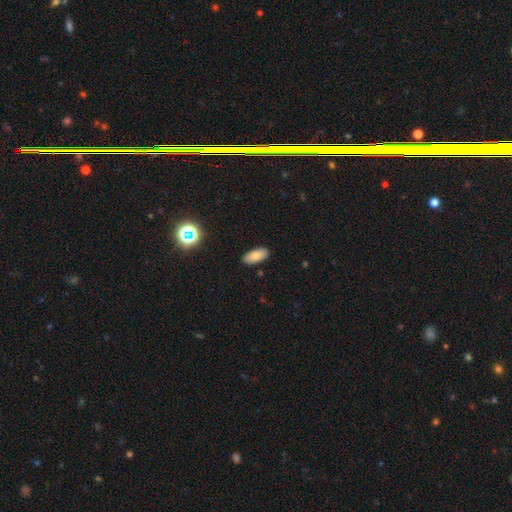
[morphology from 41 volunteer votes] Smooth or featured? smooth (93%)
How rounded? in between (97%)
Merging? none (92%)